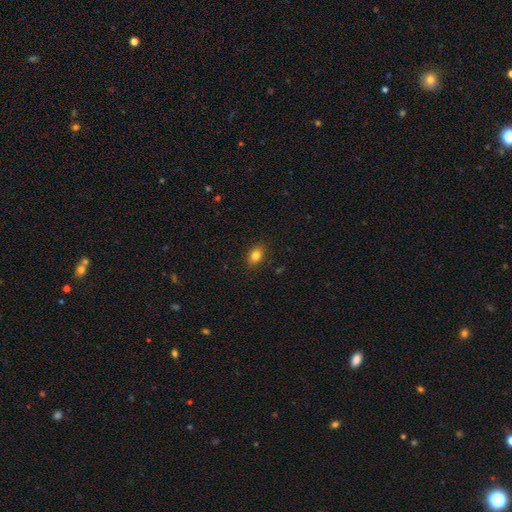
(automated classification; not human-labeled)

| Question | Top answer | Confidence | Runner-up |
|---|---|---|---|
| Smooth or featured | smooth | 81% | star or artifact (10%) |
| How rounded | in between | 75% | round (23%) |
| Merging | none | 87% | minor disturbance (9%) |